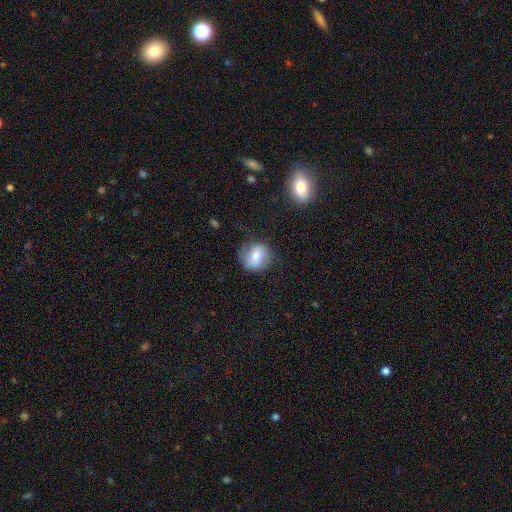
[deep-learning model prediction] Smooth or featured? Predicted: smooth (p=0.64). How rounded? Predicted: round (p=0.76). Merging? Predicted: none (p=0.70).